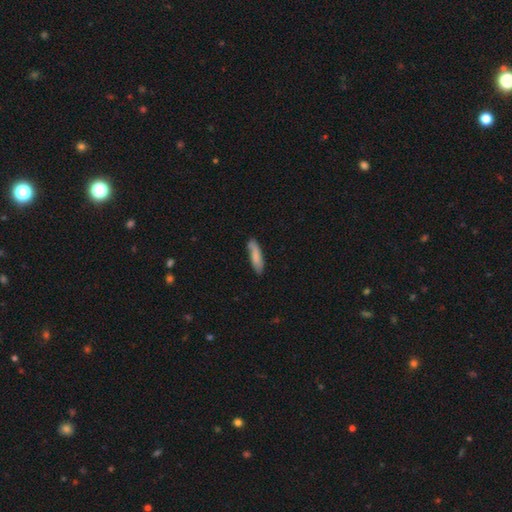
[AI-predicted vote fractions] This appears to be a smooth galaxy with no disk features (79%) that is cigar-shaped (66%). Merging: none (74%).